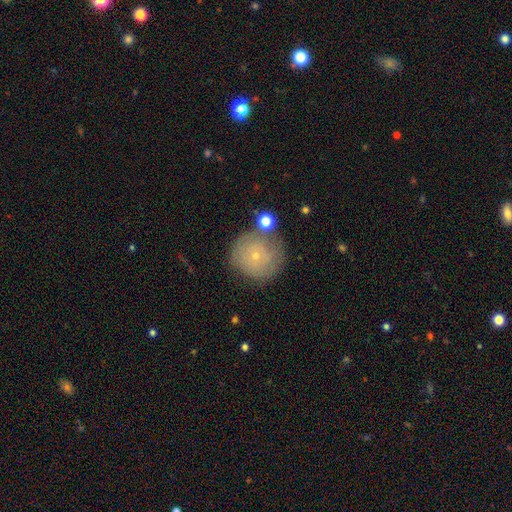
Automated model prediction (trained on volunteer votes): Overall: smooth (51%; featured or disk 38%). How rounded: round (93%). Merging: none (67%).